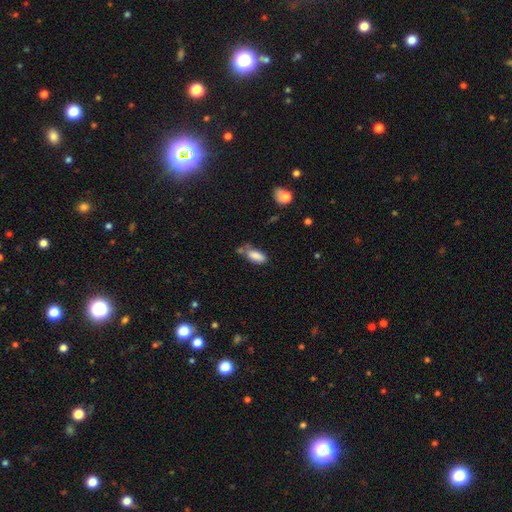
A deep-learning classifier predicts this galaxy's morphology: A smooth galaxy with no disk features (84%) that is in between round and cigar-shaped (84%).

Vote fractions:
- Smooth or featured? smooth: 84% / star or artifact: 8% / featured or disk: 8%
- How rounded? in between: 84% / cigar-shaped: 13% / round: 2%
- Merging? none: 52% / minor disturbance: 25% / merger: 15% / major disturbance: 7%